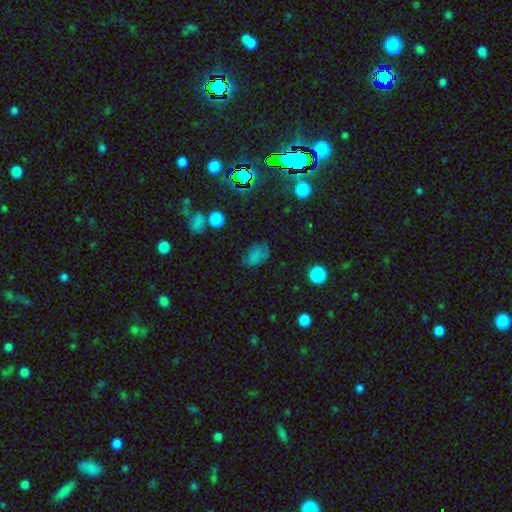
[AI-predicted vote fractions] Smooth or featured?
  - smooth: 69% *
  - star or artifact: 17%
  - featured or disk: 13%
How rounded?
  - in between: 81% *
  - round: 17%
  - cigar-shaped: 2%
Merging?
  - none: 54% *
  - minor disturbance: 28%
  - major disturbance: 14%
  - merger: 3%